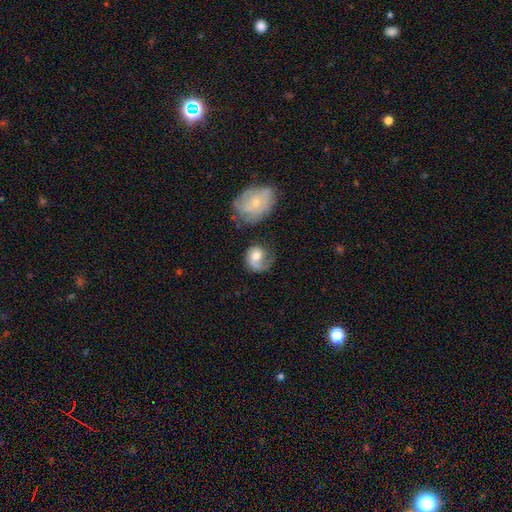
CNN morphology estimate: smooth_or_featured: featured or disk (p=0.53) [alt: smooth p=0.40]
disk_edge_on: no (p=0.97) [alt: yes p=0.03]
bar: no (p=0.73) [alt: weak p=0.23]
has_spiral_arms: yes (p=0.84) [alt: no p=0.16]
bulge_size: moderate (p=0.62) [alt: small p=0.19]
merging: none (p=0.43) [alt: major disturbance p=0.26]